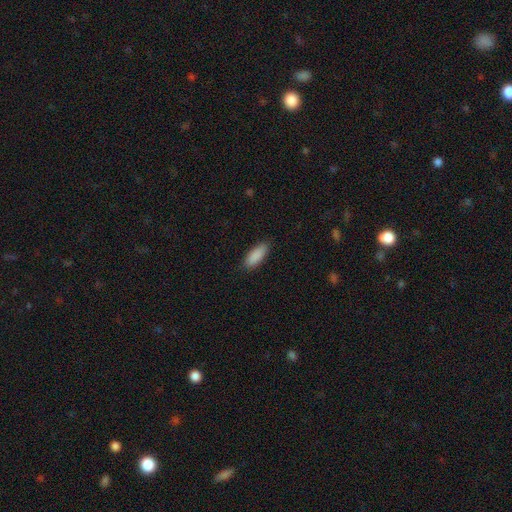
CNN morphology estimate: Smooth or featured?
  - smooth: 90% *
  - star or artifact: 6%
  - featured or disk: 4%
How rounded?
  - in between: 70% *
  - cigar-shaped: 28%
  - round: 2%
Merging?
  - none: 86% *
  - minor disturbance: 11%
  - major disturbance: 2%
  - merger: 1%